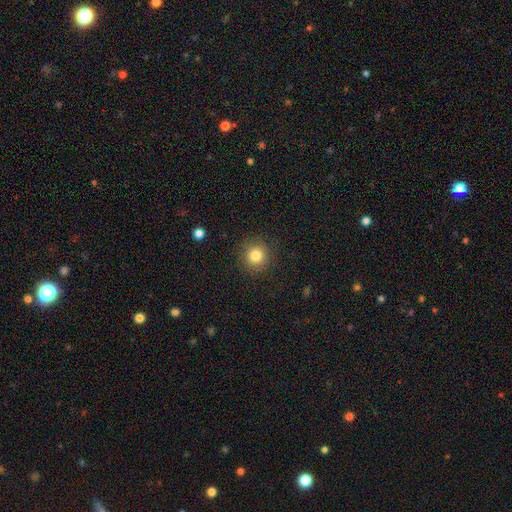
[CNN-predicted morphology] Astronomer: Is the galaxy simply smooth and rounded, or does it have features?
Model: smooth — 82%.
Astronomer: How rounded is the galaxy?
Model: round — 93%.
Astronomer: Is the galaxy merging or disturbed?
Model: none — 89%.